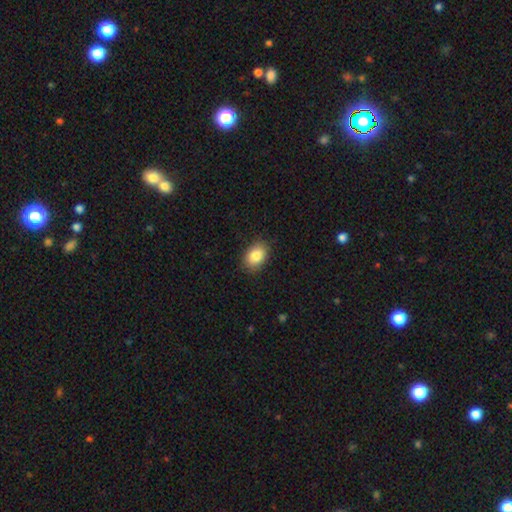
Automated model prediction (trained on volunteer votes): Overall: smooth (85%). How rounded: in between (73%). Merging: none (87%).